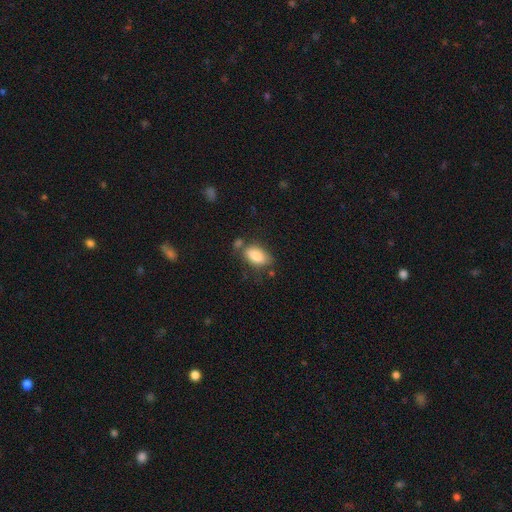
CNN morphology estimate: Overall: smooth (82%). How rounded: in between (91%). Merging: none (61%).